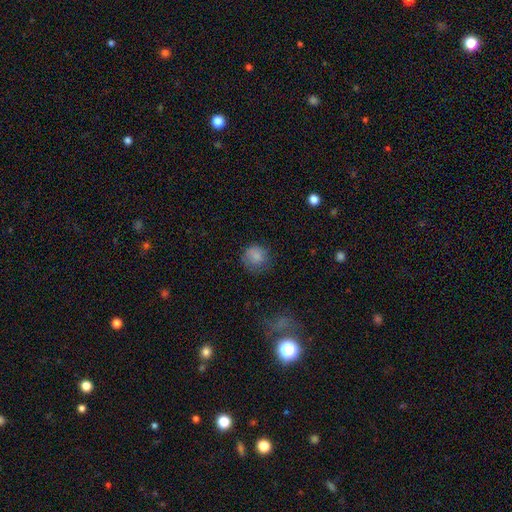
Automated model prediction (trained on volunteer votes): Smooth or featured? Predicted: smooth (p=0.82). How rounded? Predicted: round (p=0.88). Merging? Predicted: none (p=0.69).